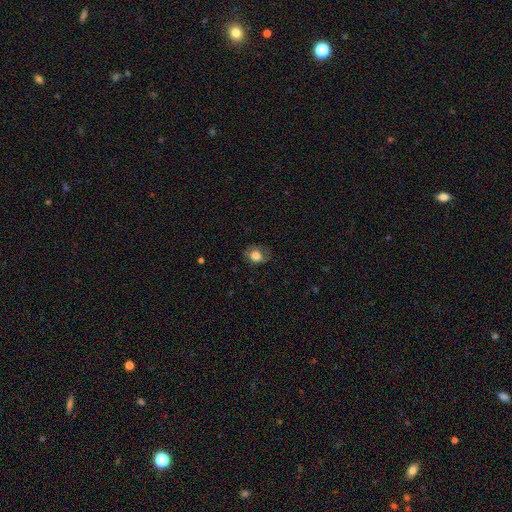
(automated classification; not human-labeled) Q: Smooth or featured?
A: smooth (77%); runner-up: featured or disk (14%)
Q: How rounded?
A: in between (50%); runner-up: round (49%)
Q: Merging?
A: none (68%); runner-up: minor disturbance (22%)